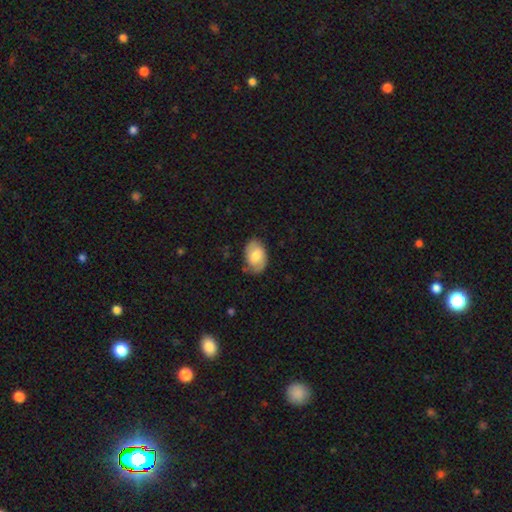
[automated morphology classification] A smooth galaxy with no disk features (63%) that is in between round and cigar-shaped (88%). Merging: none (76%).